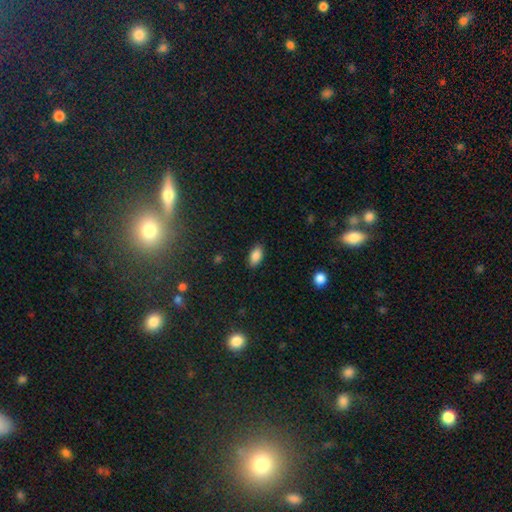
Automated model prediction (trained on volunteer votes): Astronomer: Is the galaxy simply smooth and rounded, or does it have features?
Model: smooth — 86%.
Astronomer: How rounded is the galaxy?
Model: in between — 92%.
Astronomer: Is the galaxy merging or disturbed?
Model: none — 87%.